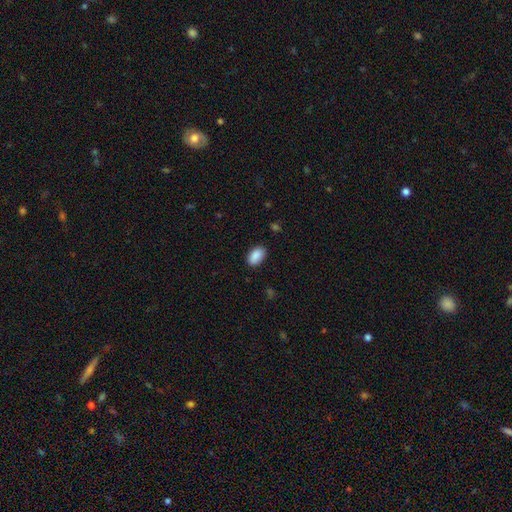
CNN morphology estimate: type=smooth (90%); roundness=in between (93%); merging=none (87%).